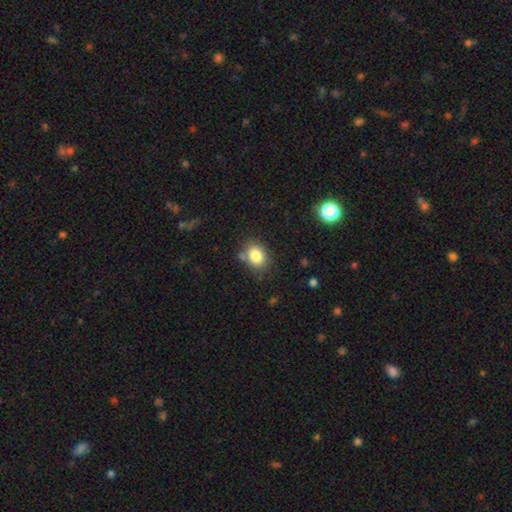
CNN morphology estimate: Overall: smooth (83%). How rounded: round (57%; in between 42%). Merging: none (77%).